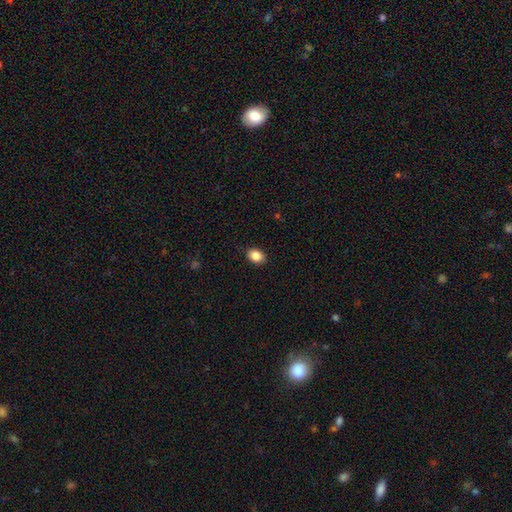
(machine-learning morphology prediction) Smooth or featured? smooth (86%)
How rounded? in between (69%)
Merging? none (90%)